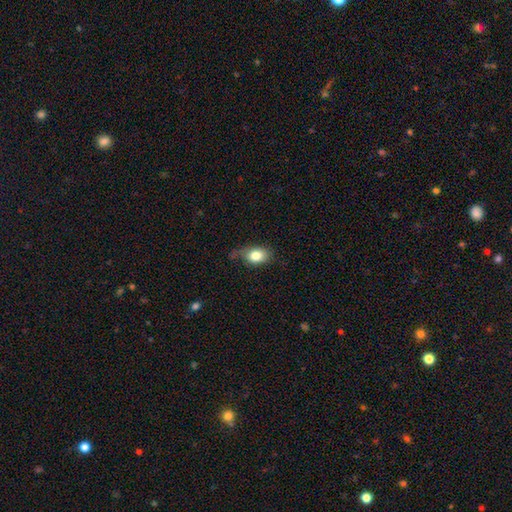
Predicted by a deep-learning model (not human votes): Overall: smooth (80%). How rounded: in between (79%). Merging: none (54%; minor disturbance 30%).